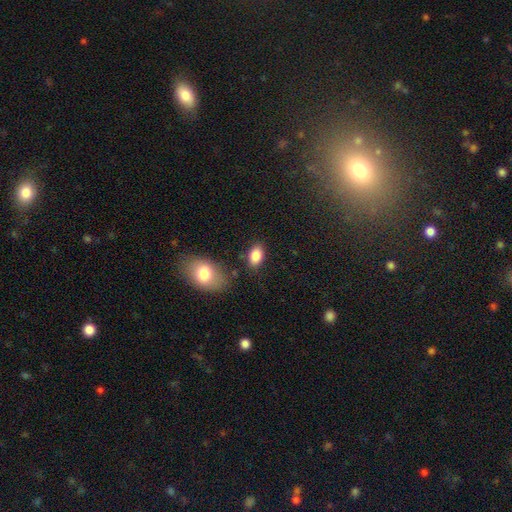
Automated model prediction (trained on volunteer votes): Smooth or featured? smooth (86%)
How rounded? in between (89%)
Merging? none (80%)